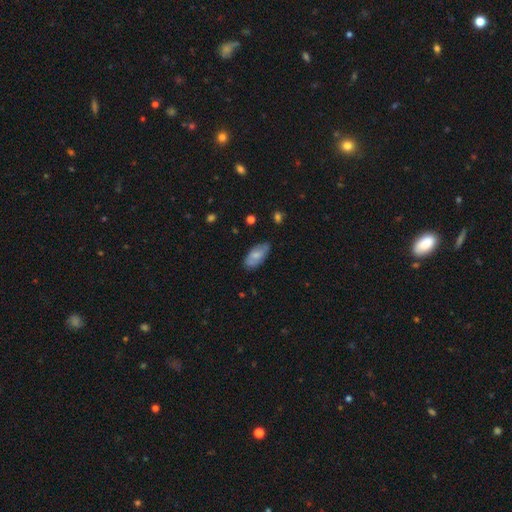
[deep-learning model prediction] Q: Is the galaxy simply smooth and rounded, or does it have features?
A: smooth — 69%.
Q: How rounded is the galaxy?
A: in between — 91%.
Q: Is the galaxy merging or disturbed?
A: none — 71%.